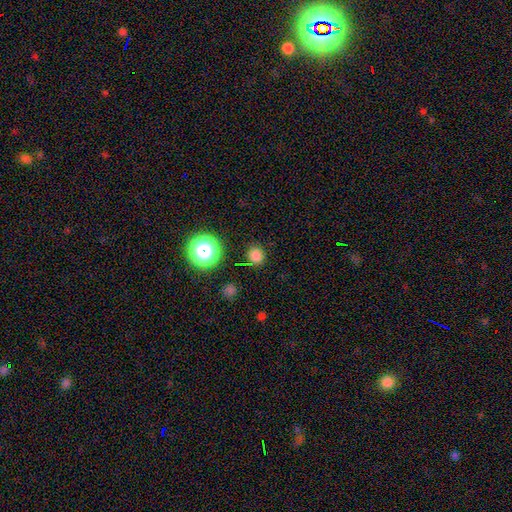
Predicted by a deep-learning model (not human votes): The model was most divided on "smooth or featured": smooth: 76%, star or artifact: 19%, featured or disk: 5%. More confident: how rounded — round (90%); merging — none (87%).